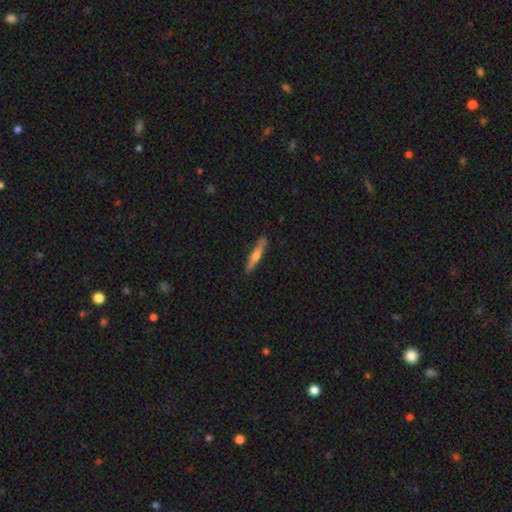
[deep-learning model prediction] This appears to be a featured or disk galaxy (55%) viewed edge-on (96%) with a rounded central bulge (85%). Merging: none (88%).